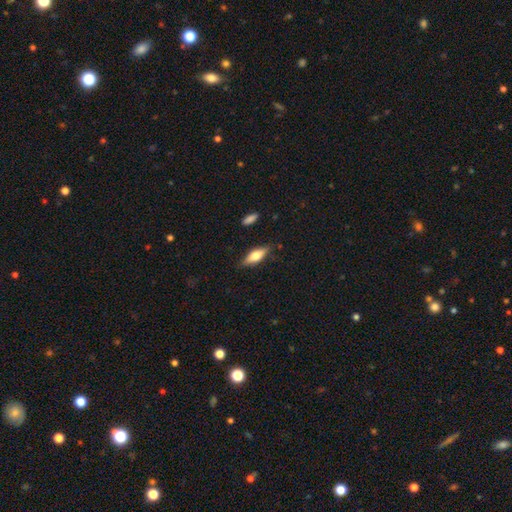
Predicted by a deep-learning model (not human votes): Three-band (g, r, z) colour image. It shows a smooth galaxy with no disk features (63%) that is in between round and cigar-shaped (64%). Merging: none (81%).